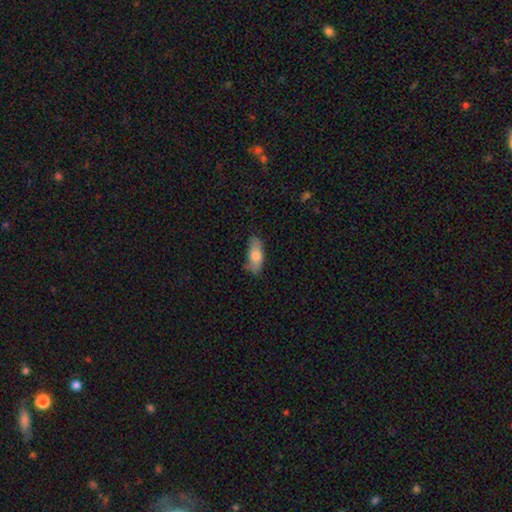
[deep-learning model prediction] Overall: smooth (73%). How rounded: in between (78%). Merging: none (71%).